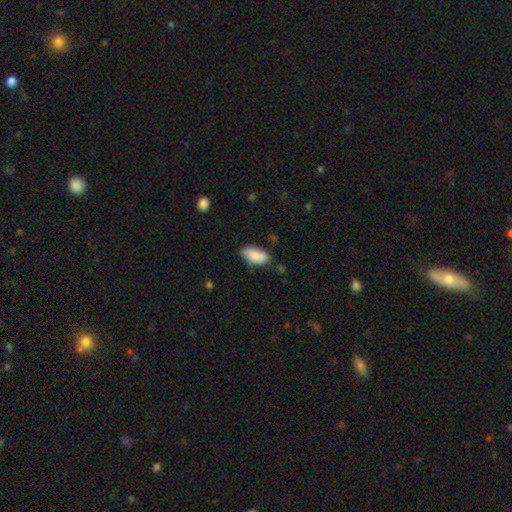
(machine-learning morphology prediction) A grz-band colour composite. It shows a smooth galaxy with no disk features (88%) that is in between round and cigar-shaped (88%). Merging: none (75%).